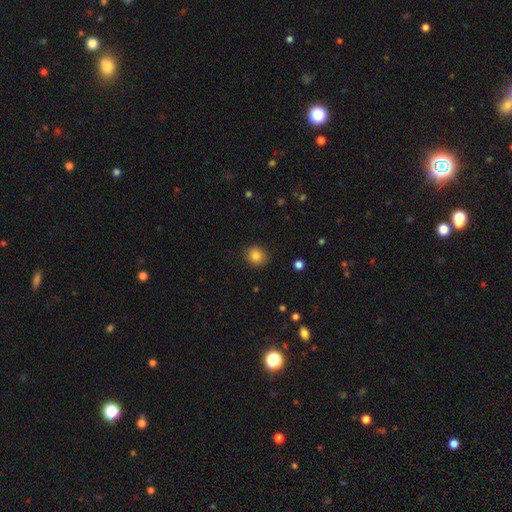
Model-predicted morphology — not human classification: A smooth galaxy with no disk features (84%) that is round (79%). Merging: none (89%).